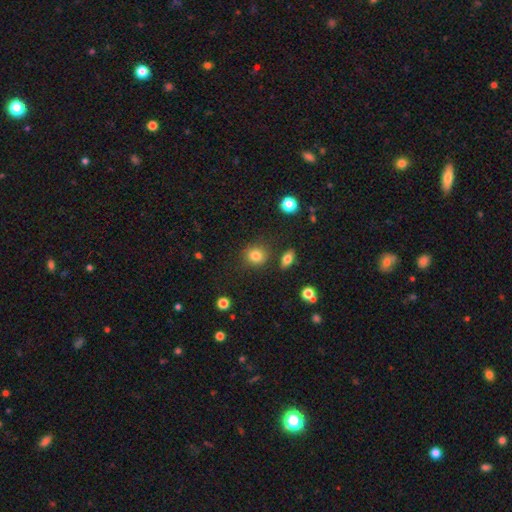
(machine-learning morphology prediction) A smooth galaxy with no disk features (82%) that is round (83%). Merging: none (82%).